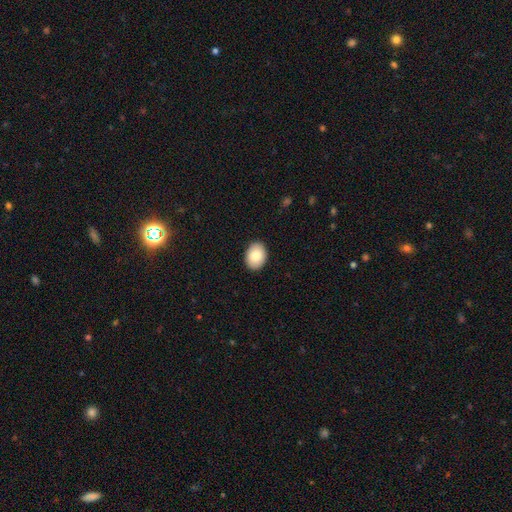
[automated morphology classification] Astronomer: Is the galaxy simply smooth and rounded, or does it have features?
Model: smooth — 85%.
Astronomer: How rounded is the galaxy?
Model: in between — 75%.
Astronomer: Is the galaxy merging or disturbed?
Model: none — 90%.